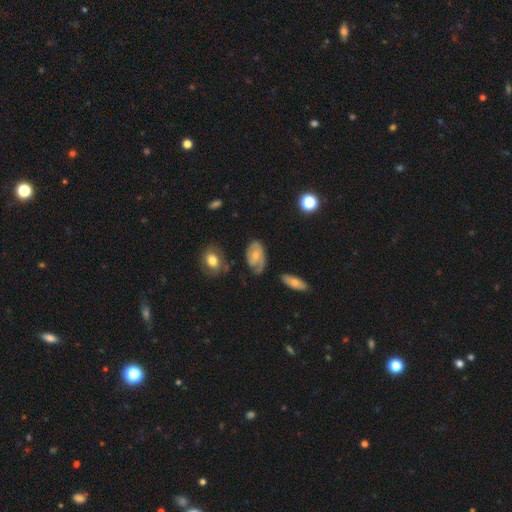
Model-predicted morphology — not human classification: A featured or disk galaxy (62%) with no bar (63%), spiral arms (84%) and a small central bulge (53%).

Vote fractions:
- Smooth or featured? featured or disk: 62% / smooth: 31% / star or artifact: 8%
- Edge-on disk? no: 95% / yes: 5%
- Bar? no: 63% / weak: 31% / strong: 6%
- Spiral arms? yes: 84% / no: 16%
- Bulge size? small: 53% / moderate: 36% / none: 6% / large: 3% / dominant: 1%
- Merging? none: 52% / minor disturbance: 27% / major disturbance: 17% / merger: 4%